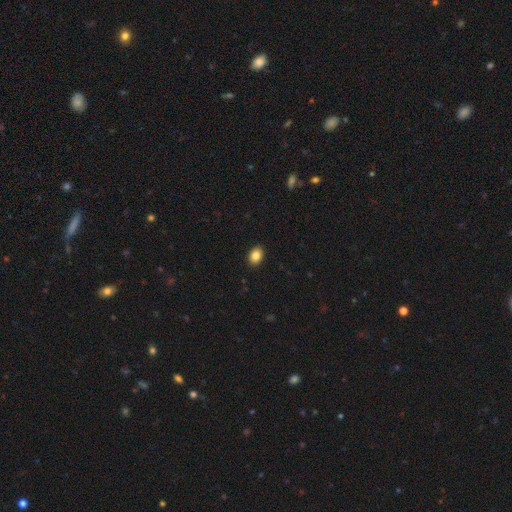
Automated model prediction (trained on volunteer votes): Overall: smooth (86%). How rounded: in between (74%). Merging: none (91%).